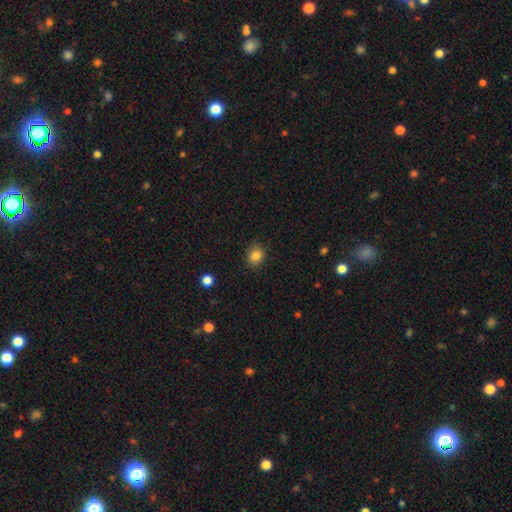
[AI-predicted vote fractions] smooth_or_featured: smooth (p=0.85) [alt: star or artifact p=0.11]
how_rounded: round (p=0.69) [alt: in between p=0.30]
merging: none (p=0.86) [alt: minor disturbance p=0.10]